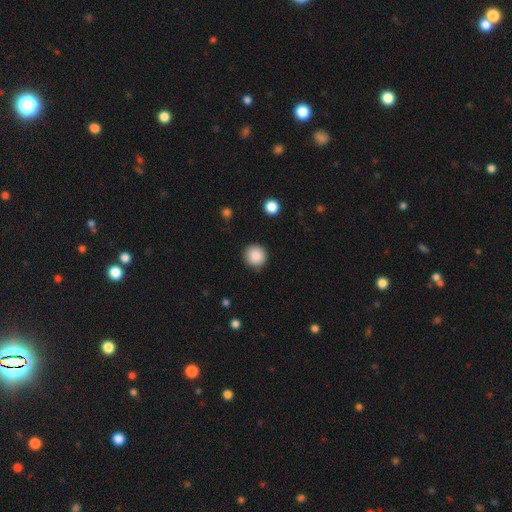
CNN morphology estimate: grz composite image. It shows a smooth galaxy with no disk features (88%) that is round (95%). Merging: none (90%).